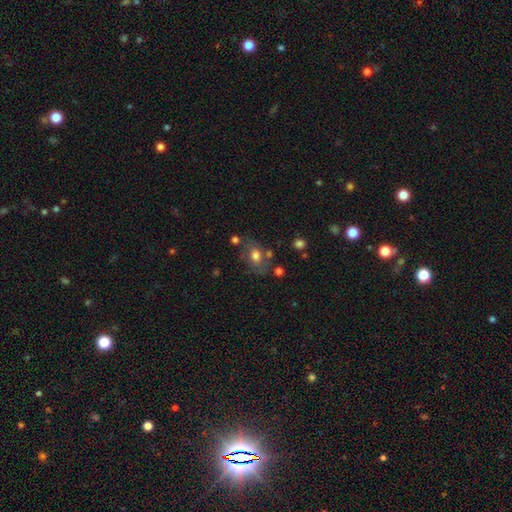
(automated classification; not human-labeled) A smooth galaxy with no disk features (63%) that is in between round and cigar-shaped (71%).

Vote fractions:
- Smooth or featured? smooth: 63% / featured or disk: 27% / star or artifact: 10%
- How rounded? in between: 71% / round: 28% / cigar-shaped: 2%
- Merging? none: 56% / minor disturbance: 22% / merger: 12% / major disturbance: 10%